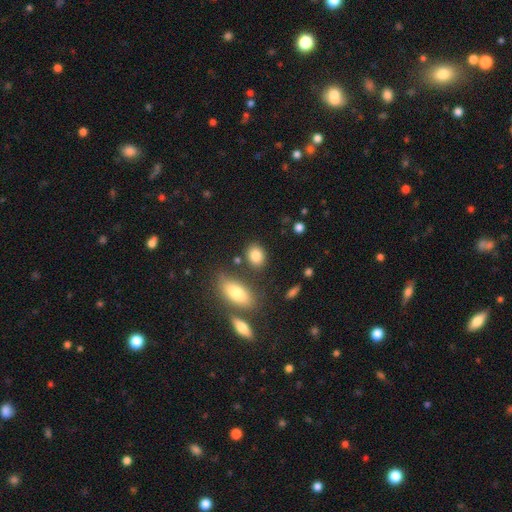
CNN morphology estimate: This is clearly a smooth galaxy (84%). How rounded: possibly in between (59%). Merging: likely none (77%).